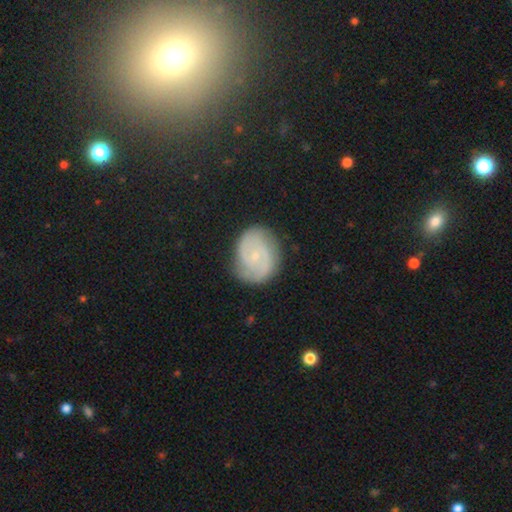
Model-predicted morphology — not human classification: Smooth or featured? Predicted: featured or disk (p=0.75). Edge-on disk? Predicted: no (p=0.98). Bar? Predicted: no (p=0.60). Spiral arms? Predicted: yes (p=0.93). Spiral winding? Predicted: tight (p=0.49). Spiral arm count? Predicted: 2 (p=0.74). Bulge size? Predicted: small (p=0.79). Merging? Predicted: none (p=0.79).